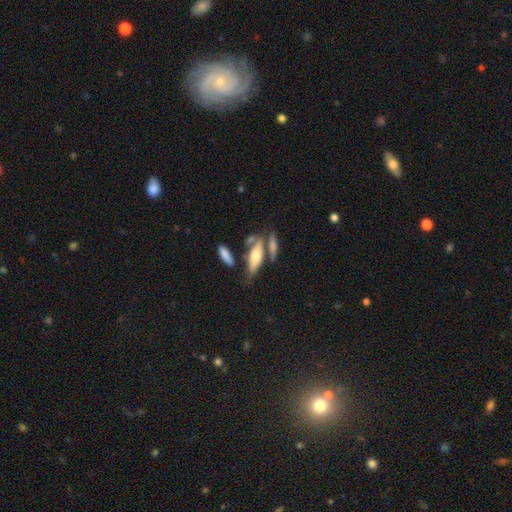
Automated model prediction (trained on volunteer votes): smooth-or-featured: smooth: 53% | featured or disk: 39% | star or artifact: 8%
  how-rounded: in between: 52% | cigar-shaped: 45% | round: 3%
  merging: none: 51% | merger: 25% | minor disturbance: 16% | major disturbance: 7%